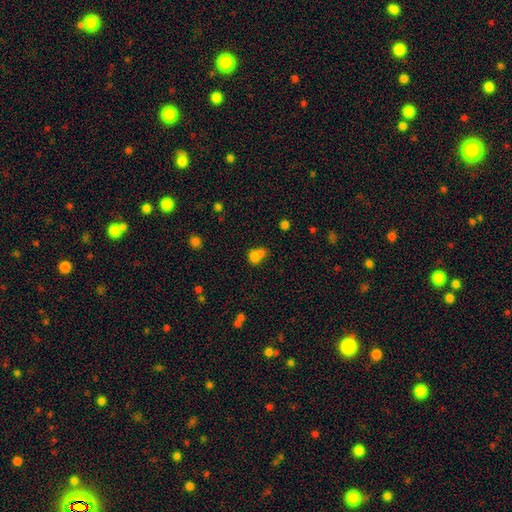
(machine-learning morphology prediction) smooth 74%, featured or disk 13%, star or artifact 13%. Down the decision tree: how rounded — in between (50%); merging — merger (57%).